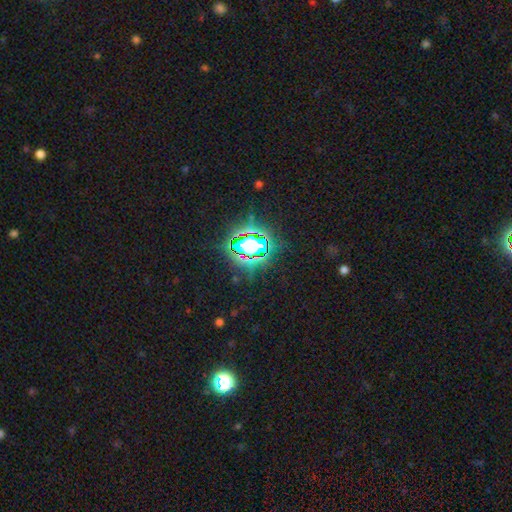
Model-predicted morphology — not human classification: This is likely a star or artifact rather than a galaxy (79%).